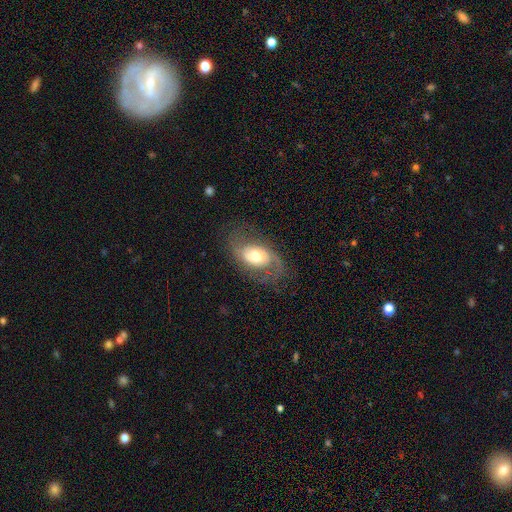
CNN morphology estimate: featured or disk 69%, smooth 24%, star or artifact 7%. Down the decision tree: edge-on disk — no (95%); bar — no (60%); spiral arms — yes (84%); spiral arm count — 2 (82%); spiral winding — medium (43%); bulge size — moderate (66%); merging — none (67%).